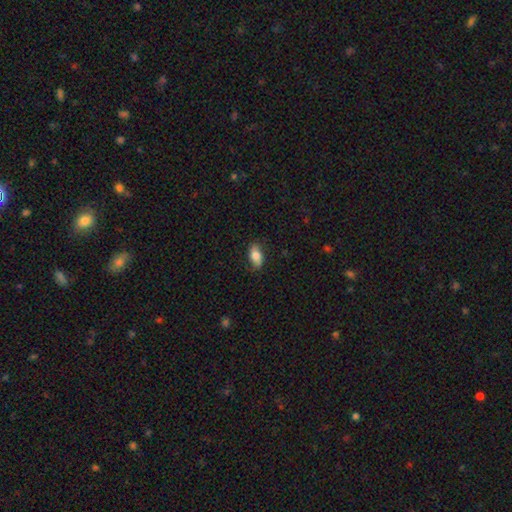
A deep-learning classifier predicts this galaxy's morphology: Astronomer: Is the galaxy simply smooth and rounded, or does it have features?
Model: smooth — 78%.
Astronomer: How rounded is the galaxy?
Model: in between — 89%.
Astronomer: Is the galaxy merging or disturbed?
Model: none — 82%.